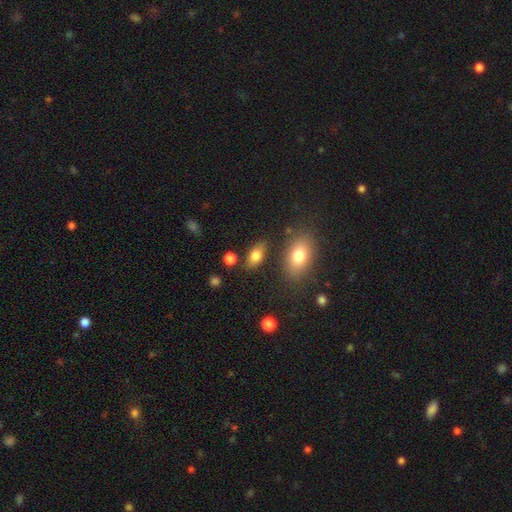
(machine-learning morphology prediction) smooth-or-featured: smooth: 80% | featured or disk: 12% | star or artifact: 9%
  how-rounded: in between: 88% | round: 7% | cigar-shaped: 5%
  merging: none: 78% | minor disturbance: 13% | merger: 5% | major disturbance: 4%